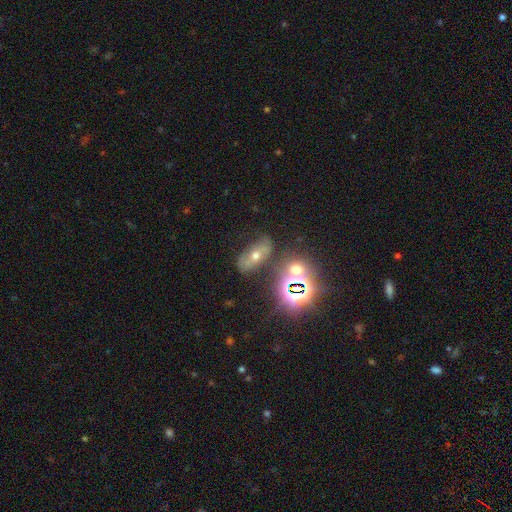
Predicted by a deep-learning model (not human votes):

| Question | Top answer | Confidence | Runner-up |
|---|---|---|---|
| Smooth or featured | featured or disk | 35% | tied: smooth (35%) |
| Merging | none | 66% | minor disturbance (17%) |